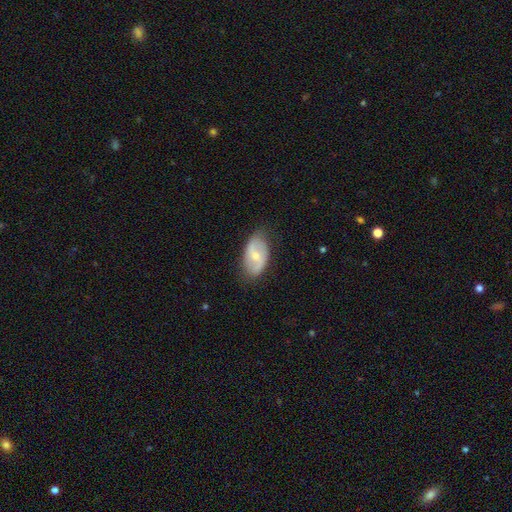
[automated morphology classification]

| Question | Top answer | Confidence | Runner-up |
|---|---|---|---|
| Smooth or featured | featured or disk | 56% | smooth (38%) |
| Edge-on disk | no | 95% | yes (5%) |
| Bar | weak | 49% | no (31%) |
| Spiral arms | yes | 74% | no (26%) |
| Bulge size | small | 50% | moderate (44%) |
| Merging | none | 76% | minor disturbance (19%) |